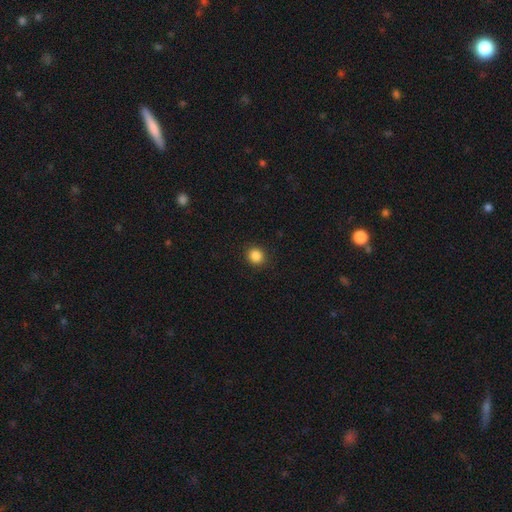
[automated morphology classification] type=smooth (86%); roundness=round (85%); merging=none (91%).